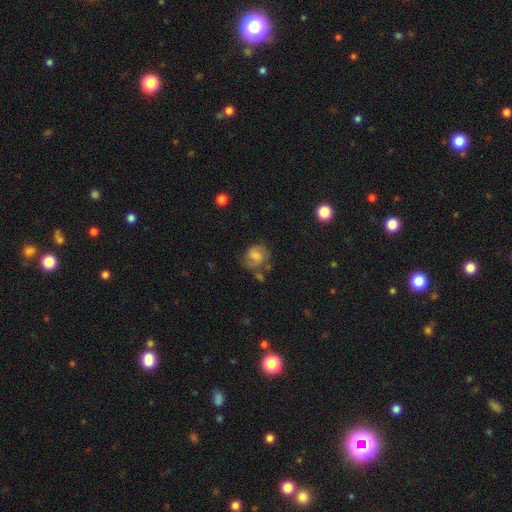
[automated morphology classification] Q: Smooth or featured?
A: smooth (53%); runner-up: featured or disk (36%)
Q: How rounded?
A: round (65%); runner-up: in between (34%)
Q: Merging?
A: none (51%); runner-up: minor disturbance (25%)